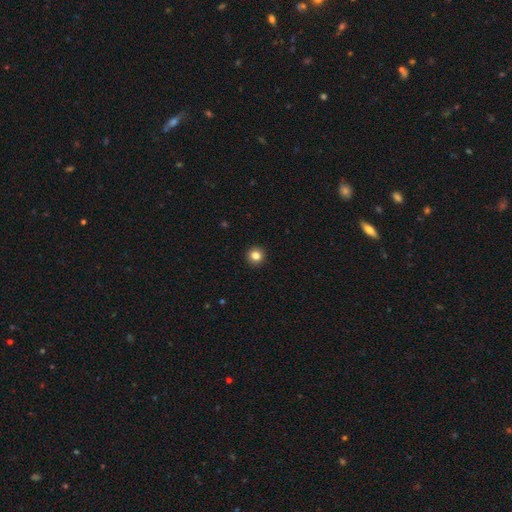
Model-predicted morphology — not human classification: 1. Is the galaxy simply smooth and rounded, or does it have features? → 83% smooth, 11% star or artifact, 5% featured or disk.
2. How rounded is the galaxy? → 94% round, 5% in between, 1% cigar-shaped.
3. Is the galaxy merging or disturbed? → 93% none, 4% minor disturbance, 1% major disturbance, 1% merger.